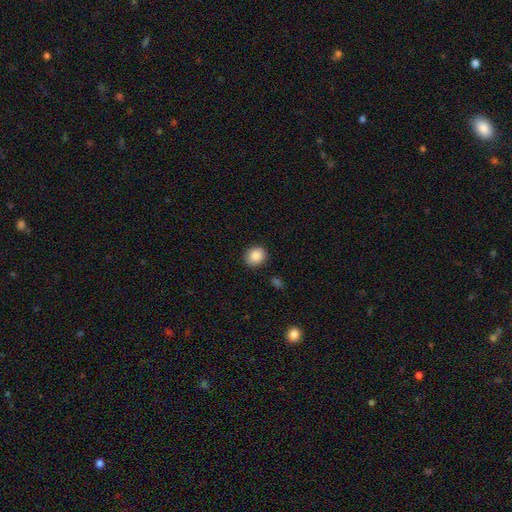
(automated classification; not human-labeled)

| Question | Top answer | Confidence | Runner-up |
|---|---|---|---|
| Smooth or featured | smooth | 88% | star or artifact (8%) |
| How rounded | round | 71% | in between (28%) |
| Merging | none | 88% | minor disturbance (8%) |